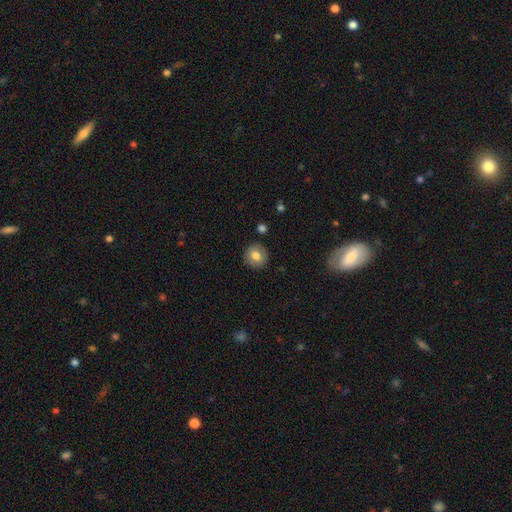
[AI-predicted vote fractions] A smooth galaxy with no disk features (77%) that is round (91%). Merging: none (89%).